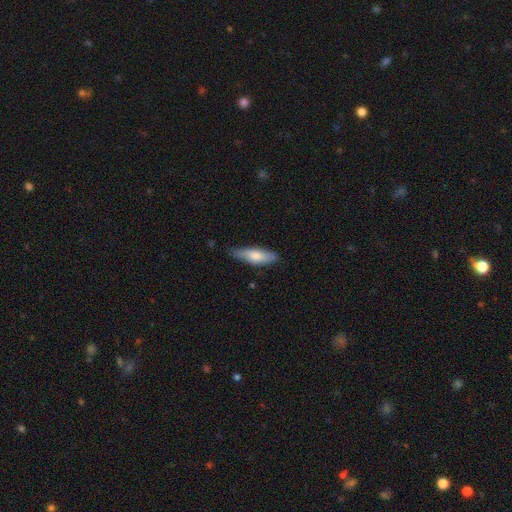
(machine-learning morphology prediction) Smooth or featured: smooth — 70% (featured or disk — 24%)
How rounded: cigar-shaped — 51% (in between — 47%)
Merging: none — 71% (minor disturbance — 24%)